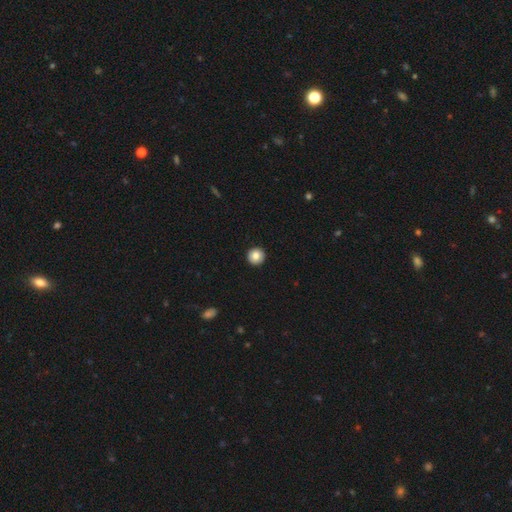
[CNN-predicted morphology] smooth-or-featured: smooth: 83% | star or artifact: 9% | featured or disk: 8%
  how-rounded: round: 96% | in between: 3% | cigar-shaped: 1%
  merging: none: 93% | minor disturbance: 4% | major disturbance: 1% | merger: 1%